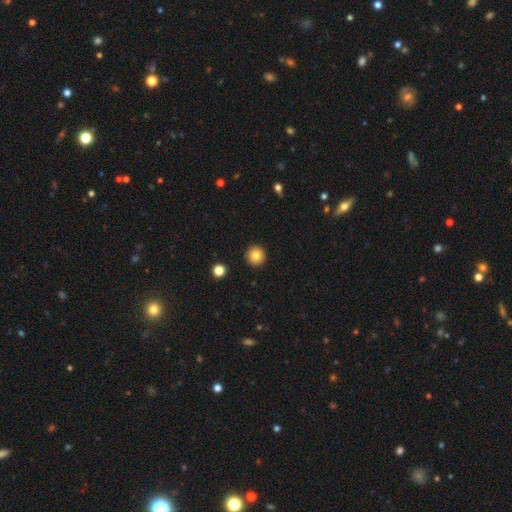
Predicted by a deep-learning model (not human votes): Smooth or featured? smooth (82%)
How rounded? round (96%)
Merging? none (94%)